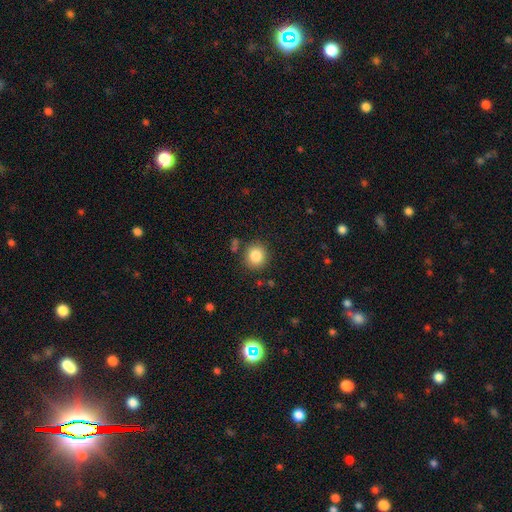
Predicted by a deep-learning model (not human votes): Smooth or featured: smooth — 85% (star or artifact — 10%)
How rounded: round — 90% (in between — 9%)
Merging: none — 85% (minor disturbance — 9%)